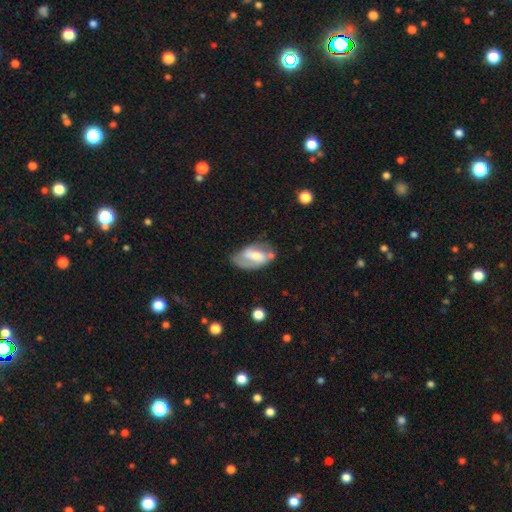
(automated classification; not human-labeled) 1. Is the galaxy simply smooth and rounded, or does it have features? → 64% featured or disk, 30% smooth, 6% star or artifact.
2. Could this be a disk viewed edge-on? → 94% no, 6% yes.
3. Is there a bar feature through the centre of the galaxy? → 41% weak, 31% strong, 27% no.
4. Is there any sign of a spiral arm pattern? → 76% yes, 24% no.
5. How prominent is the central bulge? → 50% moderate, 35% small, 9% large, 5% none, 1% dominant.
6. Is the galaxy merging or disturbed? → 54% none, 27% minor disturbance, 13% major disturbance, 6% merger.